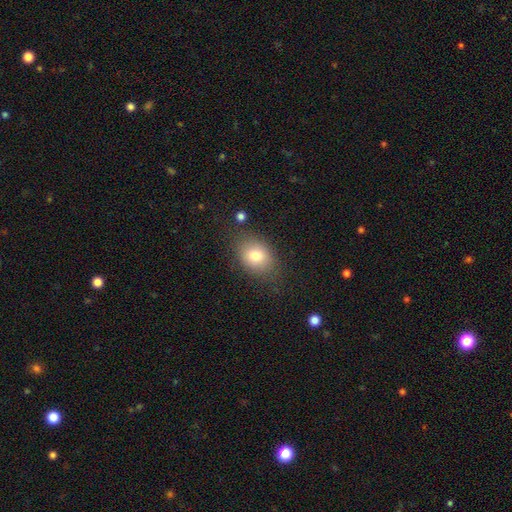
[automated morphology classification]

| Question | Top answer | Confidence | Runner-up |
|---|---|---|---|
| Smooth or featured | smooth | 78% | featured or disk (12%) |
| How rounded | in between | 64% | round (35%) |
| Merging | none | 76% | minor disturbance (16%) |